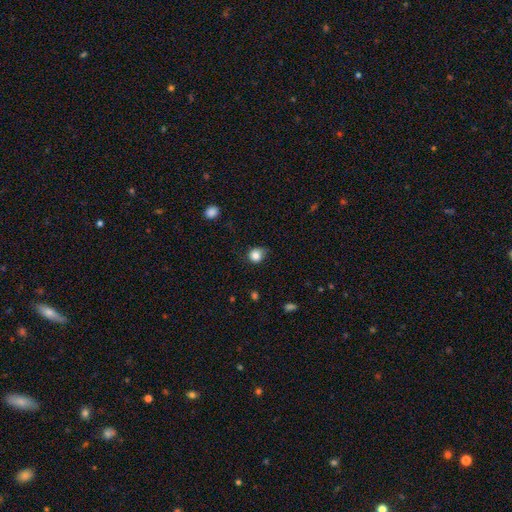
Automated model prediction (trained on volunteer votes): A smooth galaxy with no disk features (83%) that is round (79%).

Vote fractions:
- Smooth or featured? smooth: 83% / star or artifact: 11% / featured or disk: 6%
- How rounded? round: 79% / in between: 20% / cigar-shaped: 1%
- Merging? none: 68% / minor disturbance: 25% / major disturbance: 5% / merger: 1%